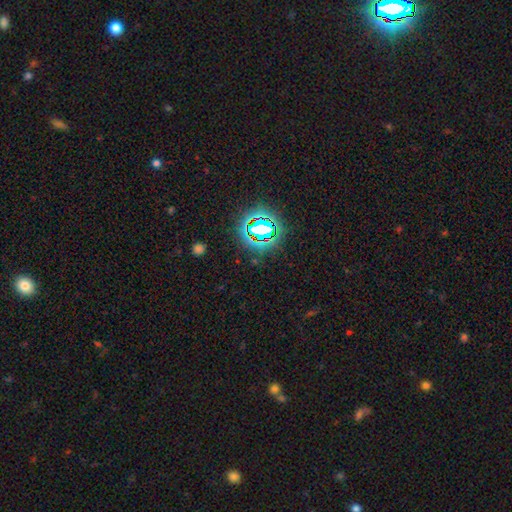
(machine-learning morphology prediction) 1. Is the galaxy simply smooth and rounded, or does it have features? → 80% star or artifact, 12% smooth, 8% featured or disk.